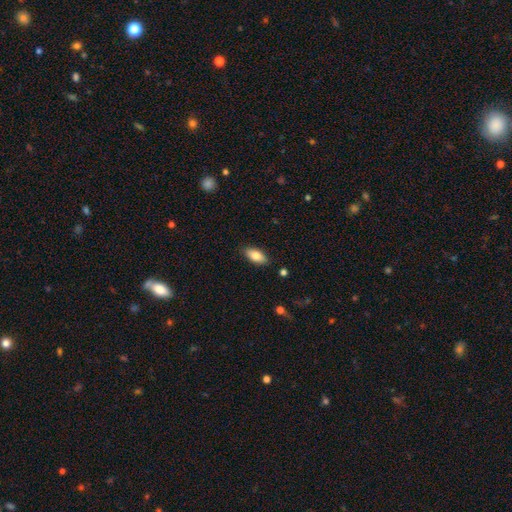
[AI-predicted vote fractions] smooth_or_featured: smooth (p=0.81) [alt: featured or disk p=0.12]
how_rounded: in between (p=0.89) [alt: cigar-shaped p=0.08]
merging: none (p=0.87) [alt: minor disturbance p=0.10]